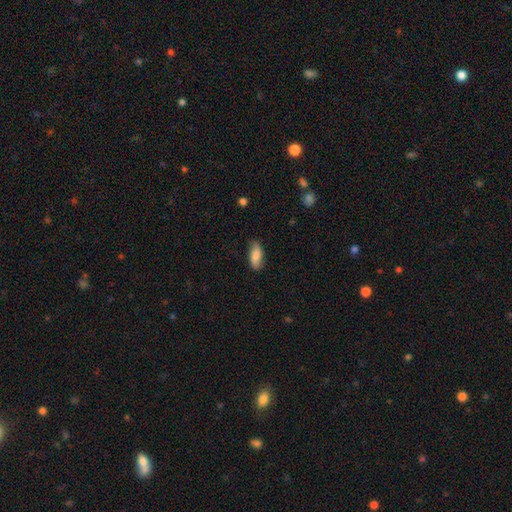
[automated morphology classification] A smooth galaxy with no disk features (82%) that is in between round and cigar-shaped (78%). Merging: none (77%).